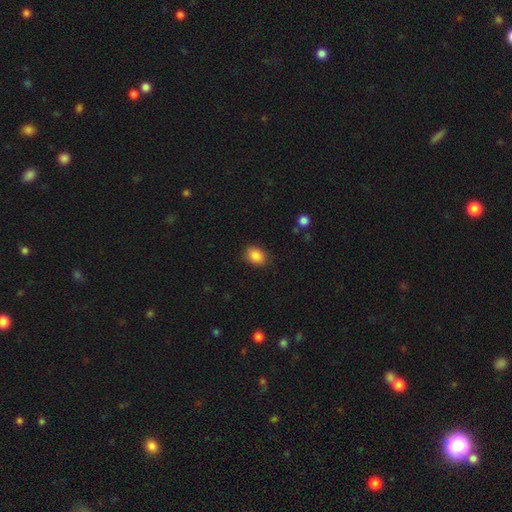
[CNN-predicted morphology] smooth 88%, star or artifact 9%, featured or disk 4%. Down the decision tree: how rounded — in between (69%); merging — none (86%).